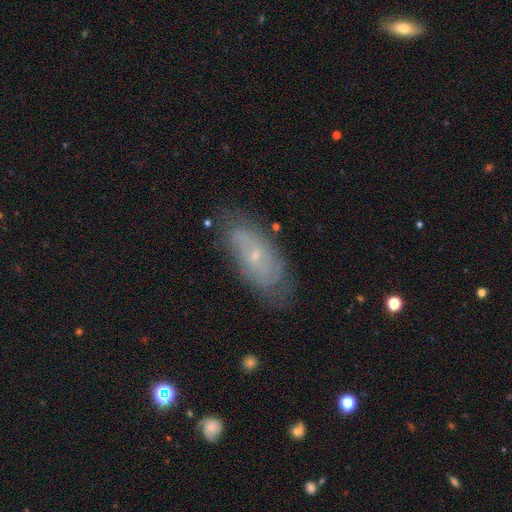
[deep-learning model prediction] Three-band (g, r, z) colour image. It shows a featured or disk galaxy (60%) with no bar (72%), spiral arms (72%) and a small central bulge (77%). Merging: none (72%).